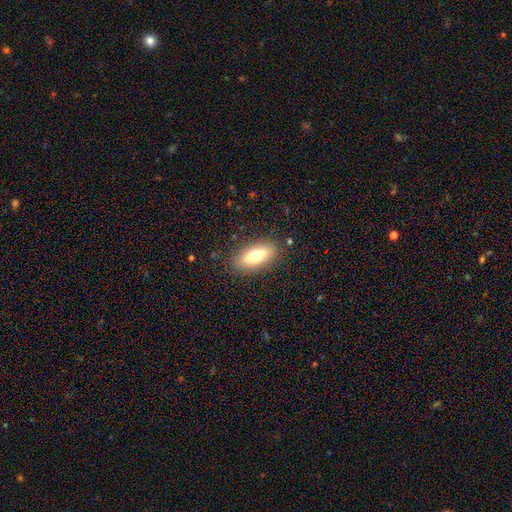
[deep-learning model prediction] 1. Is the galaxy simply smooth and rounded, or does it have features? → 69% smooth, 24% featured or disk, 8% star or artifact.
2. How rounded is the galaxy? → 71% in between, 27% cigar-shaped, 3% round.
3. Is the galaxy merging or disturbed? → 85% none, 10% minor disturbance, 3% major disturbance, 1% merger.